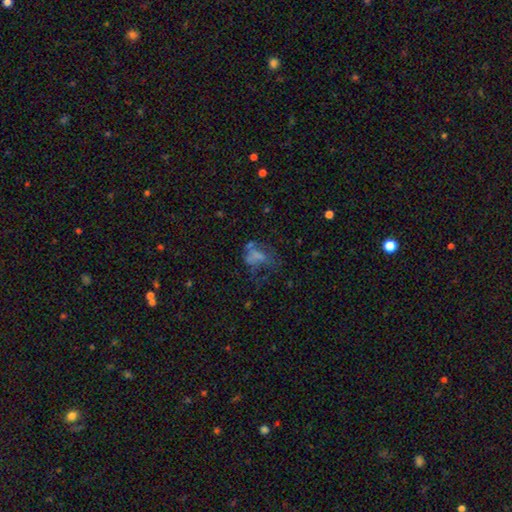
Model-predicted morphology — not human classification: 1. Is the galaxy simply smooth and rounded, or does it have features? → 45% smooth, 37% featured or disk, 19% star or artifact.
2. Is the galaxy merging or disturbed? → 46% major disturbance, 26% none, 18% minor disturbance, 10% merger.